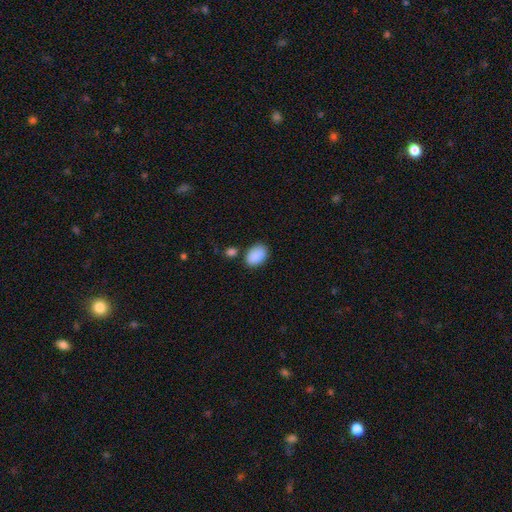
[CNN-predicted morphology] This appears to be a smooth galaxy with no disk features (89%) that is in between round and cigar-shaped (85%). Merging: none (74%).